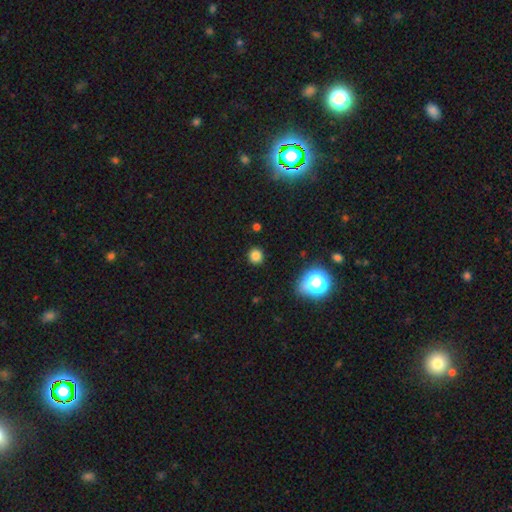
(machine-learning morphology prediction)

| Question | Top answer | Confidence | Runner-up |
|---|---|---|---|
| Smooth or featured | smooth | 80% | star or artifact (15%) |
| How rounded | round | 91% | in between (8%) |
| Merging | none | 90% | minor disturbance (6%) |